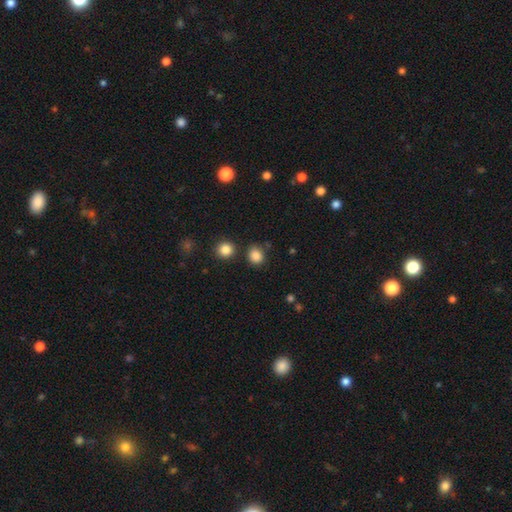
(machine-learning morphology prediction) This appears to be a smooth galaxy with no disk features (85%) that is round (77%). Merging: none (80%).